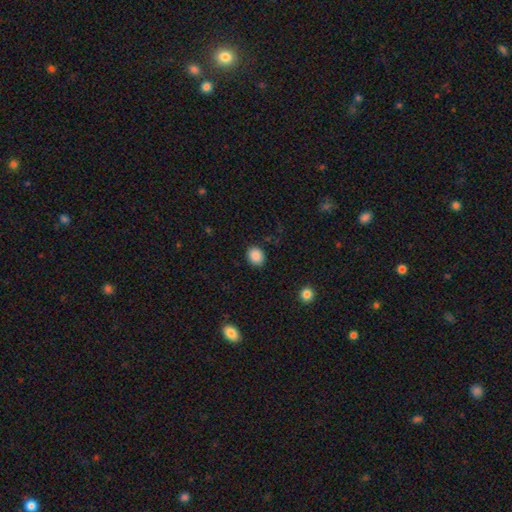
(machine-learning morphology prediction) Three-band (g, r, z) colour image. It shows a smooth galaxy with no disk features (87%) that is round (61%). Merging: none (89%).